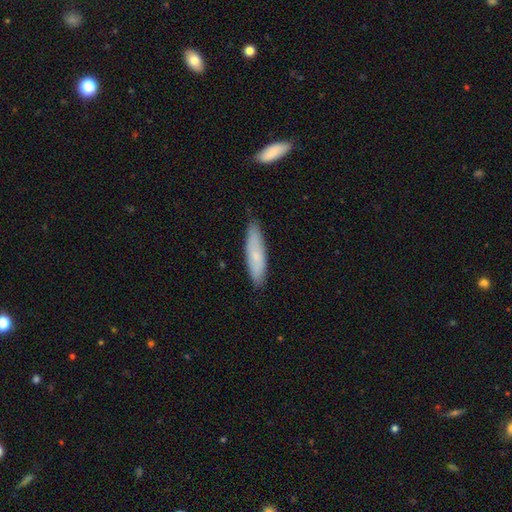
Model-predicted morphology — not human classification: This appears to be a smooth galaxy with no disk features (70%) that is cigar-shaped (70%). Merging: none (82%).